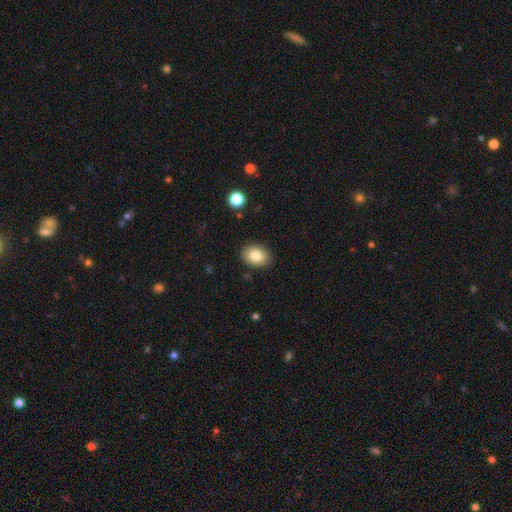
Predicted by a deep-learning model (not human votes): Smooth or featured? smooth (84%)
How rounded? in between (69%)
Merging? none (88%)